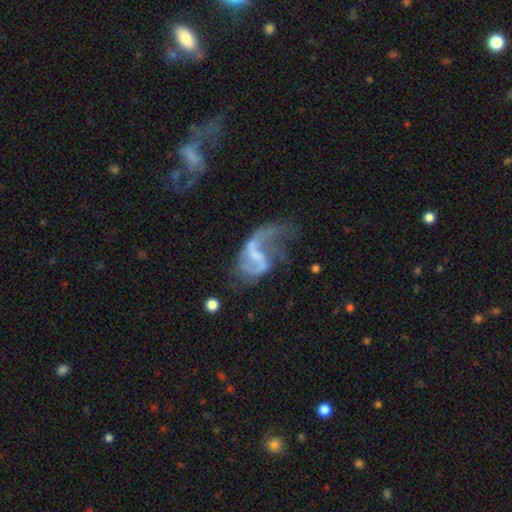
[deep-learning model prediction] This is clearly a featured or disk galaxy (82%). It is clearly not viewed edge-on (98%). Bar: possibly weak (48%). Spiral arm pattern: clearly yes (86%). Spiral arm count: likely 2 (69%). Spiral winding: likely loose (74%). Central bulge: possibly none (49%). Merging: possibly major disturbance (46%).